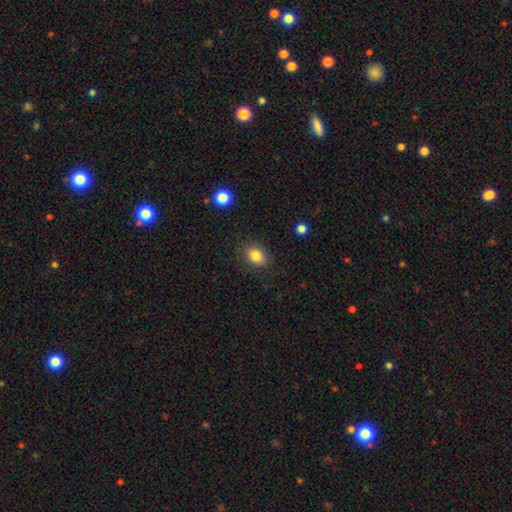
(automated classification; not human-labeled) A smooth galaxy with no disk features (83%) that is in between round and cigar-shaped (52%).

Vote fractions:
- Smooth or featured? smooth: 83% / star or artifact: 10% / featured or disk: 7%
- How rounded? in between: 52% / round: 47% / cigar-shaped: 1%
- Merging? none: 84% / minor disturbance: 11% / major disturbance: 4% / merger: 1%